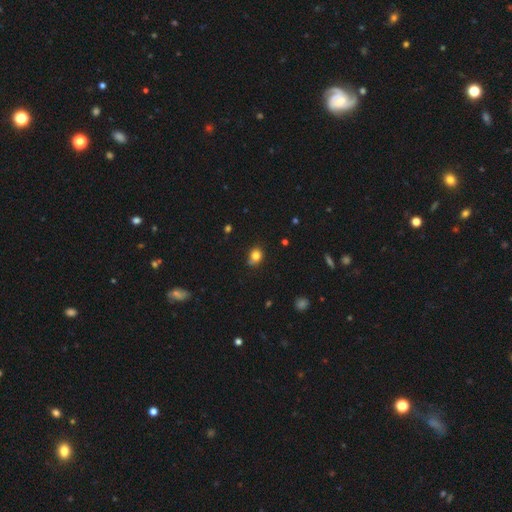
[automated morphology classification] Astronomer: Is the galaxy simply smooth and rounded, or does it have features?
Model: smooth — 81%.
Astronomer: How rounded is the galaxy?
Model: round — 57% (runner-up: in between, 42%).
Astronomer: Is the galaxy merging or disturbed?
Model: none — 68%.